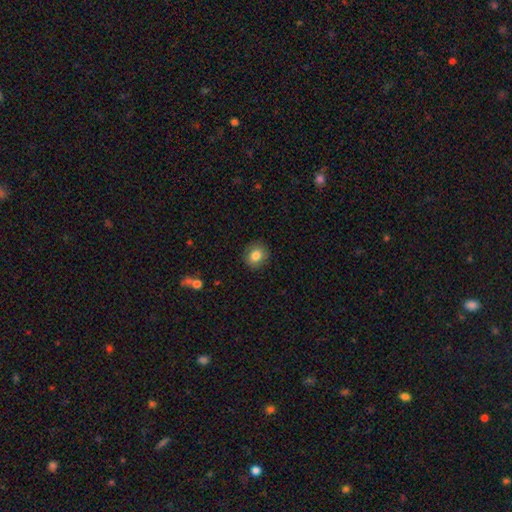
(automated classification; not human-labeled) Morphology: type=smooth (83%); roundness=round (76%); merging=none (89%).